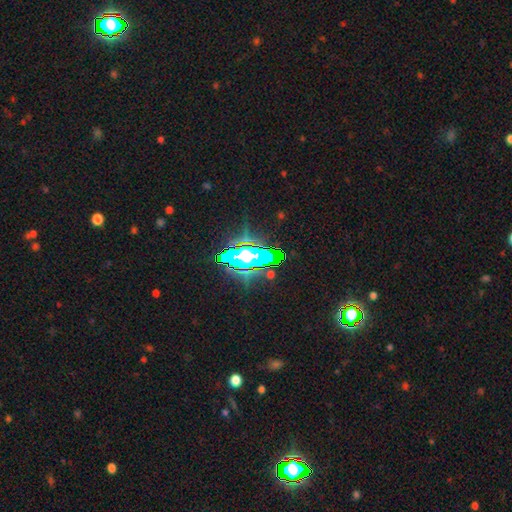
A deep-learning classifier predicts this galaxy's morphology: This is likely a star or artifact rather than a galaxy (68%).